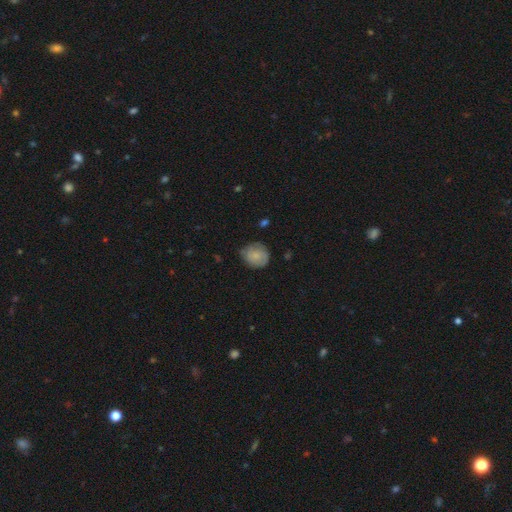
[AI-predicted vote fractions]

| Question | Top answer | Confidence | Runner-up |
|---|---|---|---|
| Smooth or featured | smooth | 73% | featured or disk (19%) |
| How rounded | round | 75% | in between (24%) |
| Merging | none | 66% | minor disturbance (26%) |